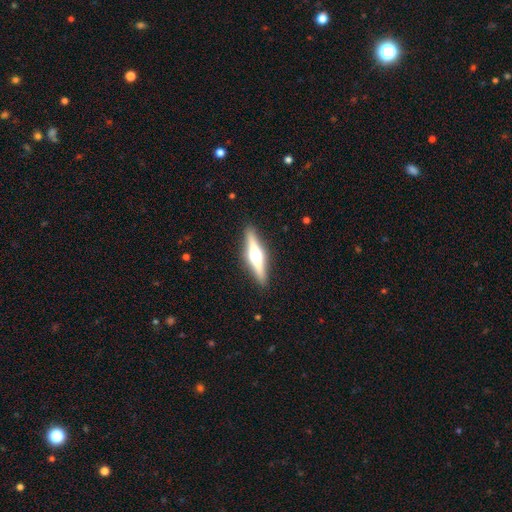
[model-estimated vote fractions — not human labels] Smooth or featured? featured or disk (69%)
Edge-on disk? yes (97%)
Edge-on bulge? rounded (95%)
Merging? none (90%)